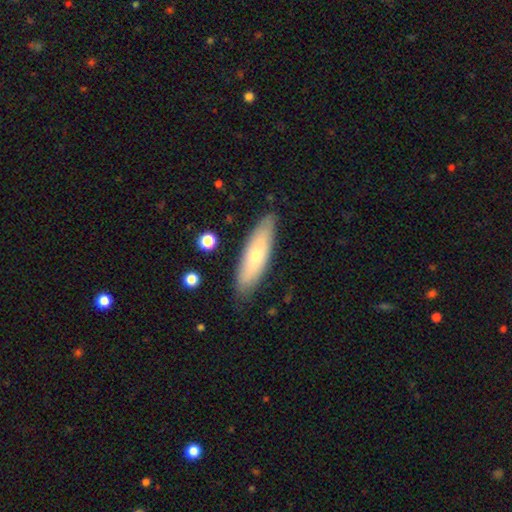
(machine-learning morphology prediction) This appears to be a smooth galaxy with no disk features (60%) that is cigar-shaped (58%). Merging: none (83%).